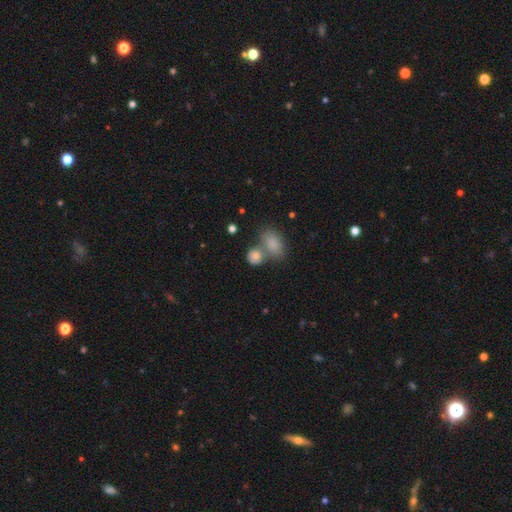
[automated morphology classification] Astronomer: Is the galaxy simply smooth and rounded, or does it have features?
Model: smooth — 77%.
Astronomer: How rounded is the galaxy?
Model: round — 53% (runner-up: in between, 45%).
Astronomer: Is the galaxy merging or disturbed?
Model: none — 46% (runner-up: merger, 37%).